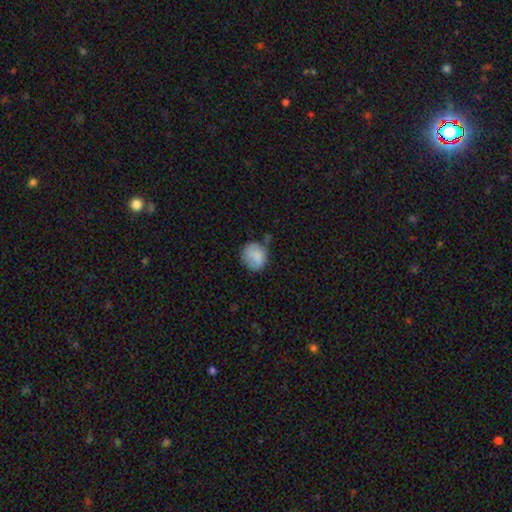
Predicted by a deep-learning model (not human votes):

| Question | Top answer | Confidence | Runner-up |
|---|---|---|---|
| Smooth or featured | smooth | 82% | featured or disk (10%) |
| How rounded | round | 76% | in between (23%) |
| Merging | none | 59% | minor disturbance (28%) |